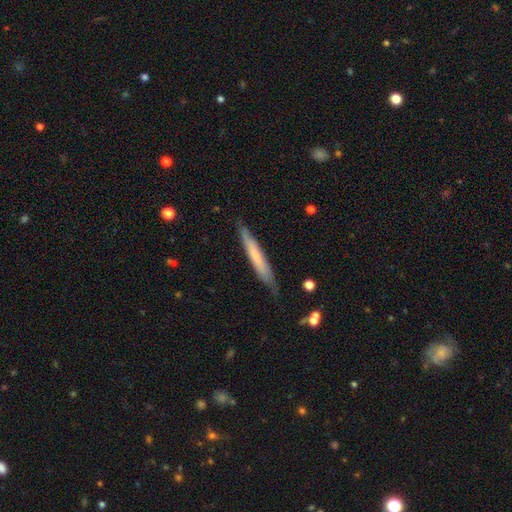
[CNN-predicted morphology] This is possibly a smooth galaxy (59%). How rounded: clearly cigar-shaped (95%). Merging: clearly none (80%).